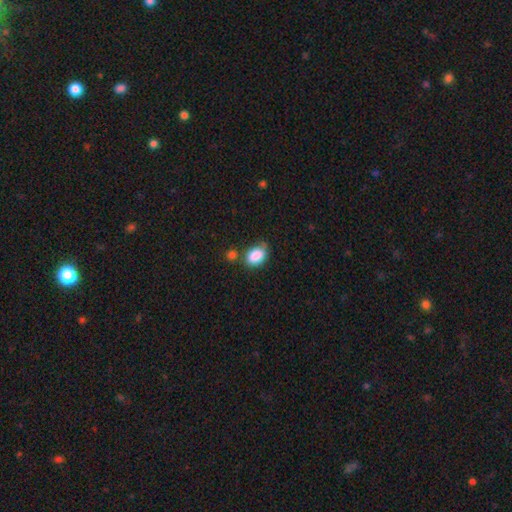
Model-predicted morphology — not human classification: type=smooth (86%); roundness=in between (79%); merging=none (53%).